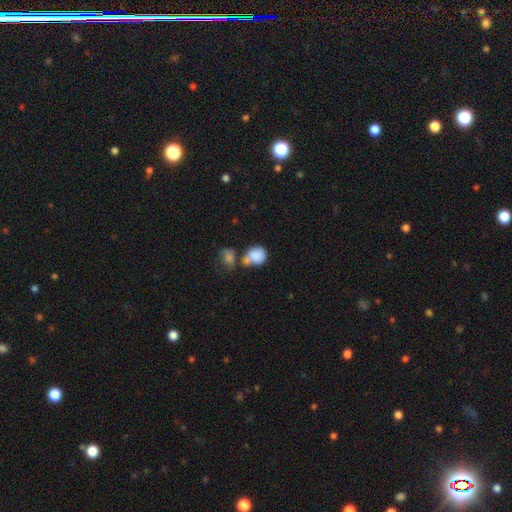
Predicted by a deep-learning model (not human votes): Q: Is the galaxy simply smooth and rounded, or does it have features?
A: smooth — 84%.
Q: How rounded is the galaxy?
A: round — 65%.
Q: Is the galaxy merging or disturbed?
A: merger — 48%.